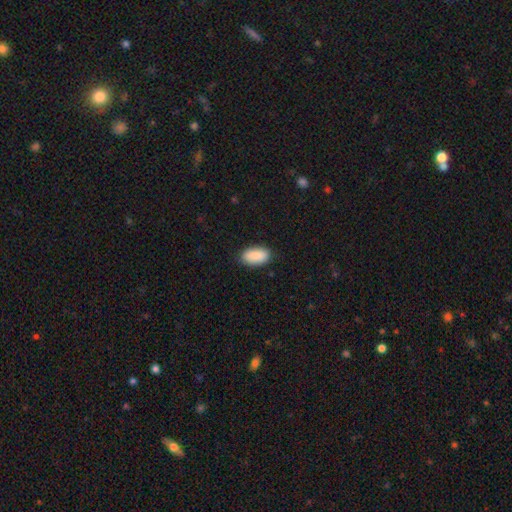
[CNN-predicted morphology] This is clearly a smooth galaxy (91%). How rounded: clearly in between (94%). Merging: clearly none (87%).